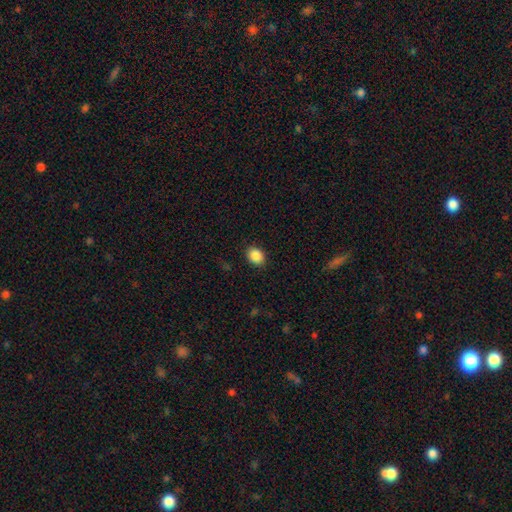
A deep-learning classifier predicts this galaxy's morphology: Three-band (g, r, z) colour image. It shows a smooth galaxy with no disk features (88%) that is in between round and cigar-shaped (50%). Merging: none (89%).